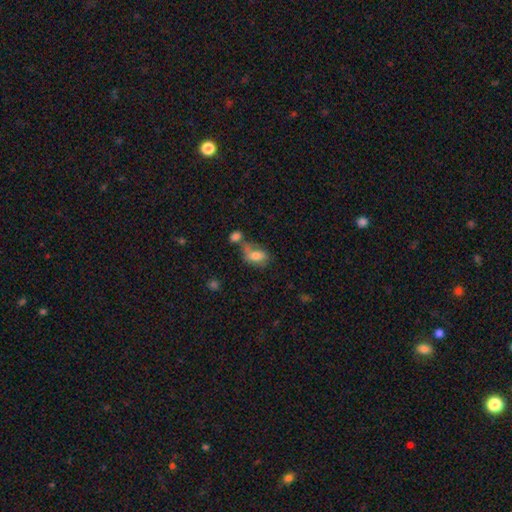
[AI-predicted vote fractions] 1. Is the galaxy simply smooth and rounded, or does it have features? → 69% smooth, 21% featured or disk, 10% star or artifact.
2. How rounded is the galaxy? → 83% in between, 12% round, 5% cigar-shaped.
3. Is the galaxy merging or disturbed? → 38% none, 30% merger, 20% minor disturbance, 12% major disturbance.